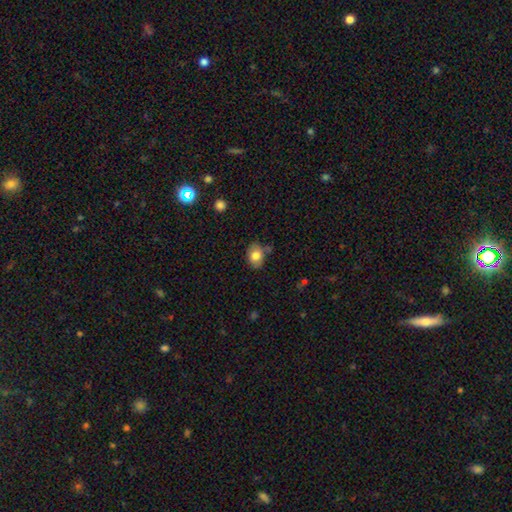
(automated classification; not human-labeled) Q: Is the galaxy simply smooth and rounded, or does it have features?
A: smooth — 78%.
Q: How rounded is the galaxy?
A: in between — 69%.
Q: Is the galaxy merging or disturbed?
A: none — 72%.